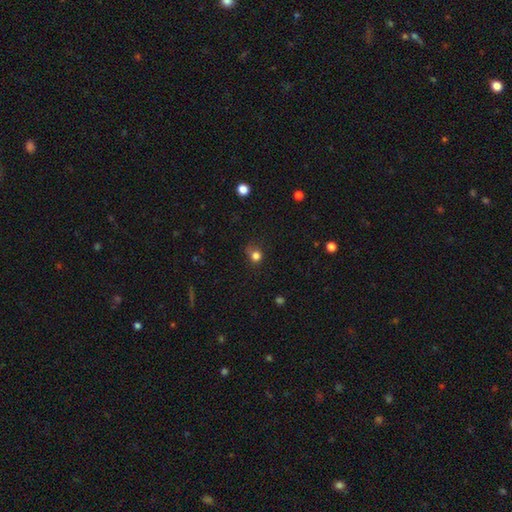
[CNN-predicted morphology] The model was most divided on "merging": none: 59%, minor disturbance: 25%, major disturbance: 12%, merger: 4%. More confident: how rounded — round (80%); smooth or featured — smooth (79%).